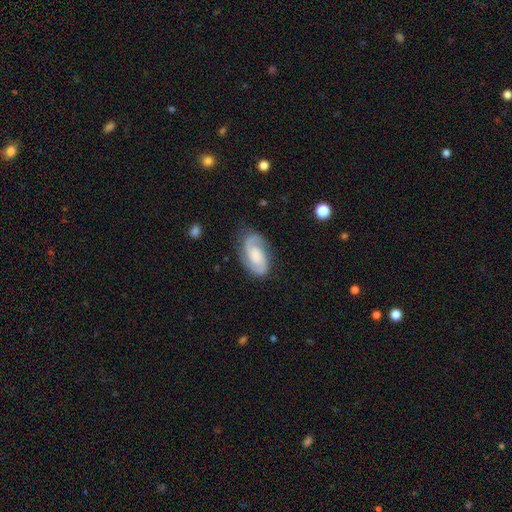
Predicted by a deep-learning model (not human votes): smooth-or-featured: featured or disk: 82% | smooth: 12% | star or artifact: 5%
  disk-edge-on: no: 97% | yes: 3%
    bar: no: 52% | weak: 38% | strong: 10%
    has-spiral-arms: yes: 97% | no: 3%
      spiral-winding: medium: 49% | tight: 35% | loose: 15%
      spiral-arm-count: 2: 90% | can't tell: 4% | 1: 3% | 3: 1% | 4: 1% | more than 4: 1%
    bulge-size: moderate: 31% | small: 25% | none: 24% | large: 17% | dominant: 3%
  merging: none: 78% | minor disturbance: 15% | major disturbance: 6% | merger: 1%